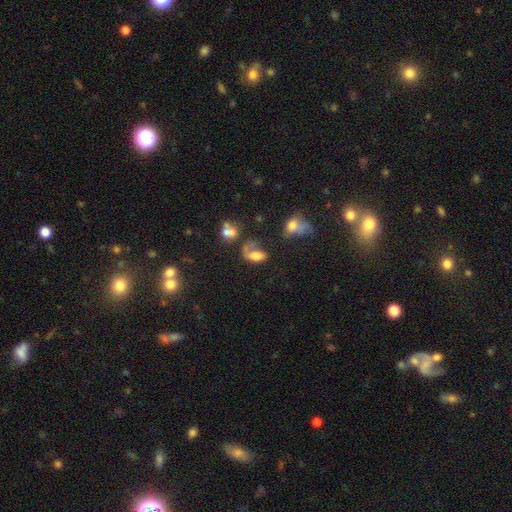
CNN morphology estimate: smooth_or_featured: smooth (p=0.60) [alt: featured or disk p=0.27]
how_rounded: in between (p=0.85) [alt: round p=0.12]
merging: major disturbance (p=0.34) [alt: merger p=0.24]